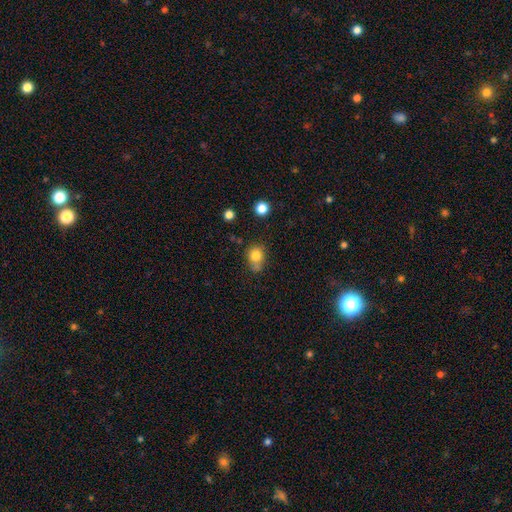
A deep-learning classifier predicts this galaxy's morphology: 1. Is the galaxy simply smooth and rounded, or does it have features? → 80% smooth, 12% star or artifact, 8% featured or disk.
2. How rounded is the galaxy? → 62% round, 37% in between, 1% cigar-shaped.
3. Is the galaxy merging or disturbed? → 50% none, 27% minor disturbance, 14% merger, 8% major disturbance.